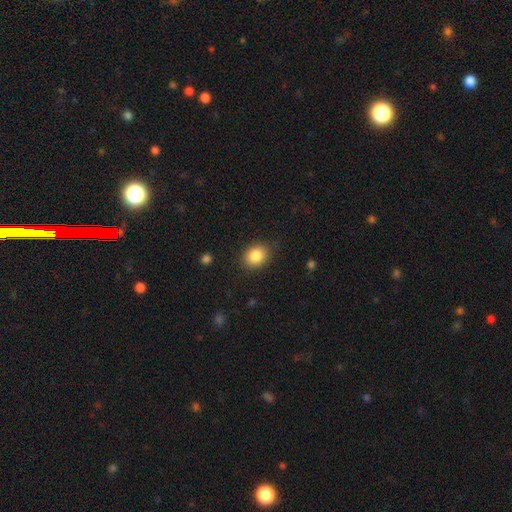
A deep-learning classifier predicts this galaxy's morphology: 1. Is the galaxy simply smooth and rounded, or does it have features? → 85% smooth, 9% star or artifact, 6% featured or disk.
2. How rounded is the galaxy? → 52% round, 48% in between, 1% cigar-shaped.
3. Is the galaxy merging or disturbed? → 81% none, 14% minor disturbance, 4% major disturbance, 1% merger.